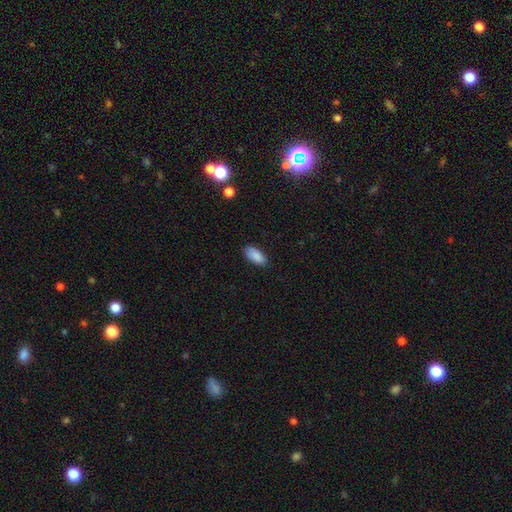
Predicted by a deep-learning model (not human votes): The model was most divided on "merging": none: 84%, minor disturbance: 12%, major disturbance: 2%, merger: 1%. More confident: how rounded — in between (92%); smooth or featured — smooth (89%).